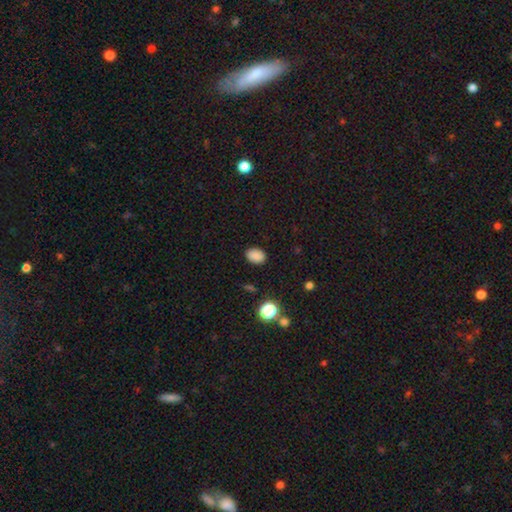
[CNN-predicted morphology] A smooth galaxy with no disk features (85%) that is in between round and cigar-shaped (75%). Merging: none (87%).